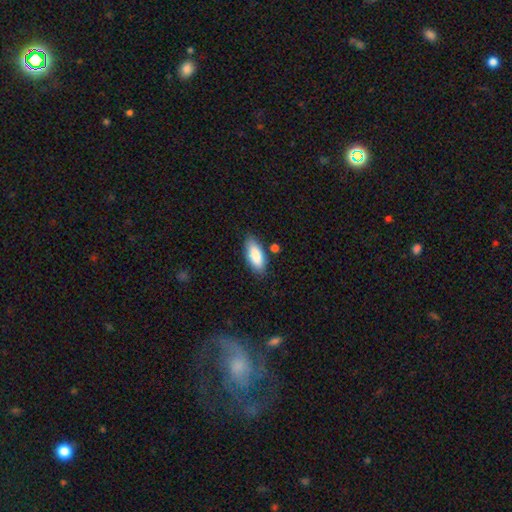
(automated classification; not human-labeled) A smooth galaxy with no disk features (87%) that is in between round and cigar-shaped (83%). Merging: none (80%).